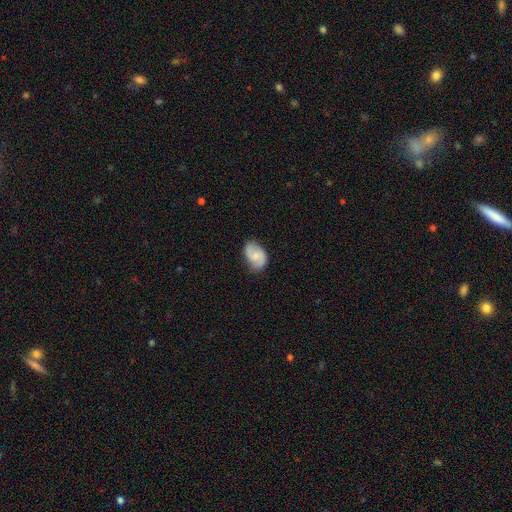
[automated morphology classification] This is possibly a featured or disk galaxy (55%). It is clearly not viewed edge-on (97%). Bar: possibly no (53%). Spiral arm pattern: clearly yes (90%). Central bulge: possibly small (52%). Merging: likely none (70%).